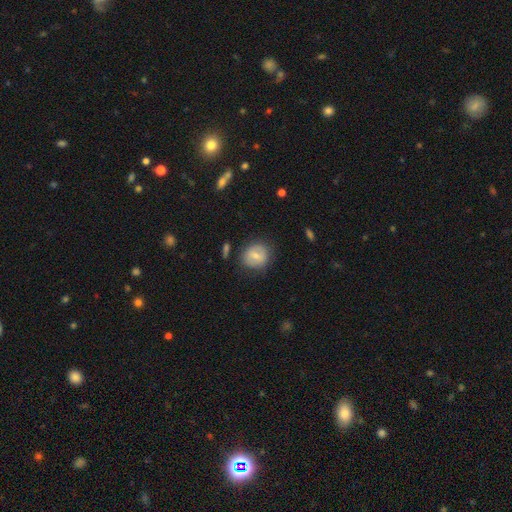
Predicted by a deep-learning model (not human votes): smooth 62%, featured or disk 30%, star or artifact 8%. Down the decision tree: how rounded — round (77%); merging — none (76%).